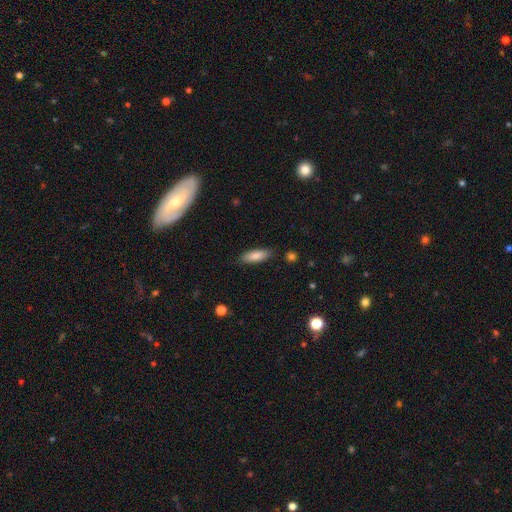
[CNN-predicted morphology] A smooth galaxy with no disk features (83%) that is in between round and cigar-shaped (58%).

Vote fractions:
- Smooth or featured? smooth: 83% / featured or disk: 11% / star or artifact: 6%
- How rounded? in between: 58% / cigar-shaped: 40% / round: 2%
- Merging? none: 85% / minor disturbance: 11% / major disturbance: 2% / merger: 2%